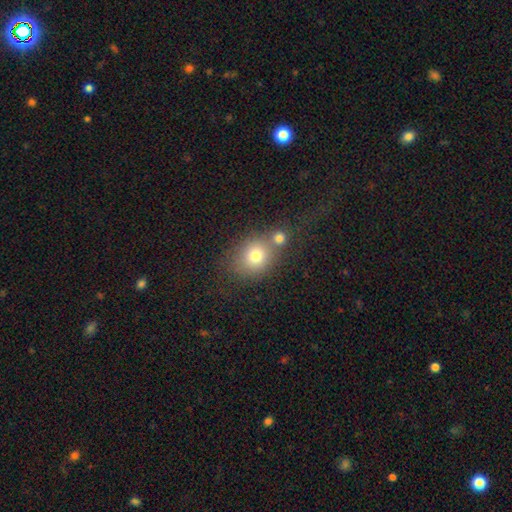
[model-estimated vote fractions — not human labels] A smooth galaxy with no disk features (75%) that is round (66%).

Vote fractions:
- Smooth or featured? smooth: 75% / star or artifact: 13% / featured or disk: 12%
- How rounded? round: 66% / in between: 33% / cigar-shaped: 1%
- Merging? none: 48% / merger: 36% / minor disturbance: 11% / major disturbance: 6%